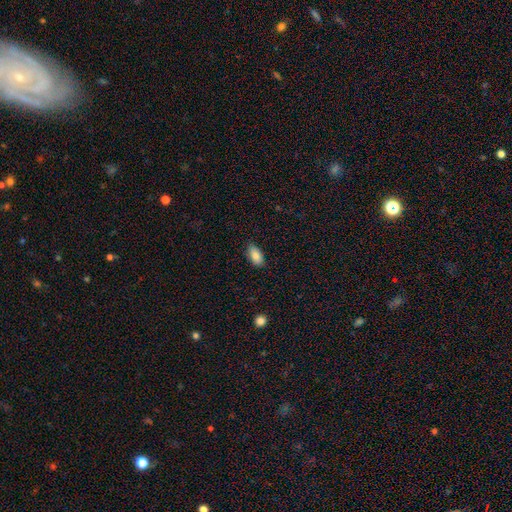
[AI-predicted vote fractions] Smooth or featured: smooth — 85% (featured or disk — 7%)
How rounded: in between — 92% (cigar-shaped — 4%)
Merging: none — 85% (minor disturbance — 12%)